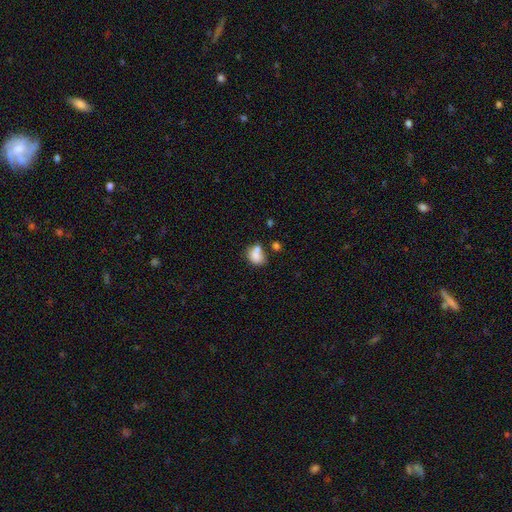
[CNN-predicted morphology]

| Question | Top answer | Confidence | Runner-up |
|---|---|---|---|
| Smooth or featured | smooth | 78% | featured or disk (12%) |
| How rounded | in between | 65% | round (34%) |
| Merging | merger | 37% | none (35%) |